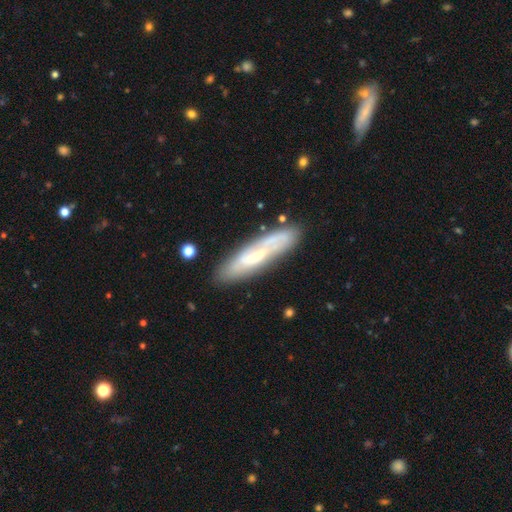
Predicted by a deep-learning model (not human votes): A featured or disk galaxy (55%). Merging: none (77%).